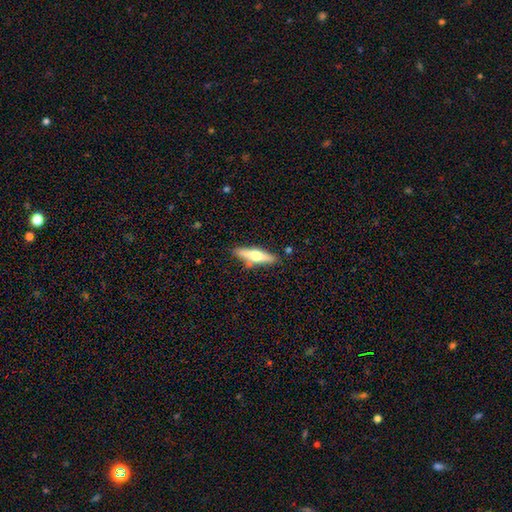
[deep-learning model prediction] Smooth or featured? featured or disk (49%)
Merging? none (82%)